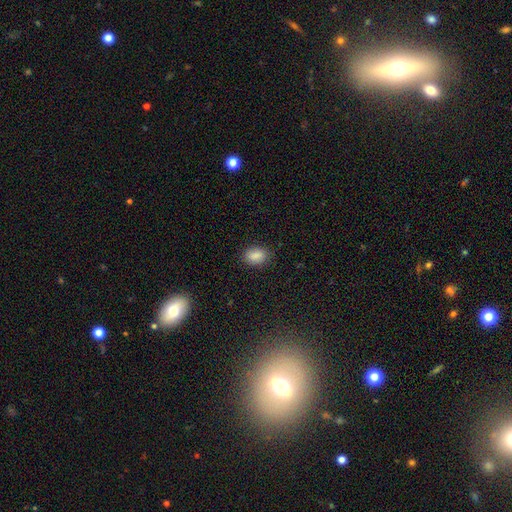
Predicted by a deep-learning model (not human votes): Smooth or featured? smooth (87%)
How rounded? in between (83%)
Merging? none (85%)